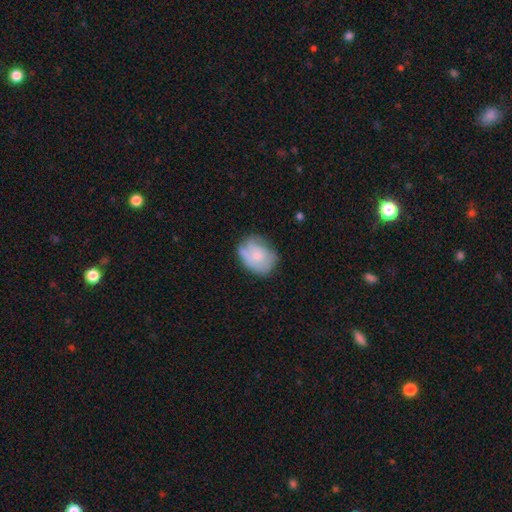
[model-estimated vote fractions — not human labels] Overall: smooth (57%; featured or disk 35%). How rounded: in between (60%; round 39%). Merging: none (51%; minor disturbance 32%).